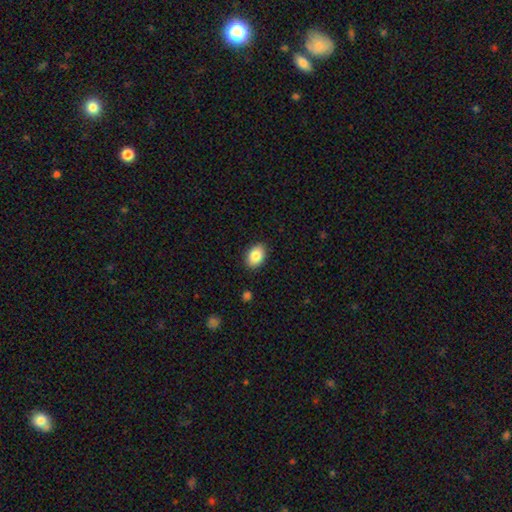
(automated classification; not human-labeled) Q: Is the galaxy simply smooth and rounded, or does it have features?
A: smooth — 85%.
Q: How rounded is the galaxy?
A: in between — 82%.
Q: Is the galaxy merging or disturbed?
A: none — 88%.